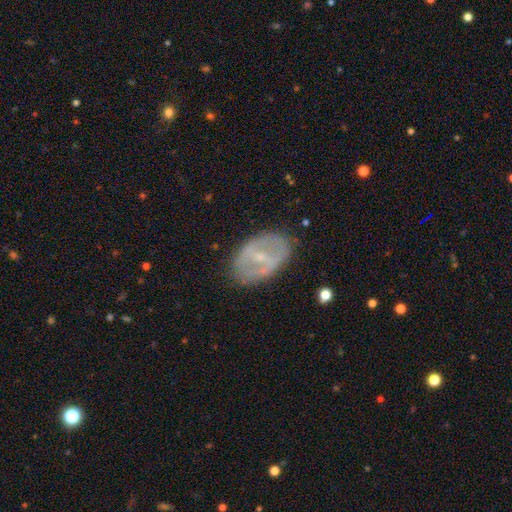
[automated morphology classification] Q: Smooth or featured?
A: featured or disk (64%); runner-up: smooth (25%)
Q: Edge-on disk?
A: no (91%); runner-up: yes (9%)
Q: Bar?
A: strong (44%); runner-up: weak (38%)
Q: Spiral arms?
A: no (58%); runner-up: yes (42%)
Q: Bulge size?
A: small (72%); runner-up: moderate (20%)
Q: Merging?
A: none (81%); runner-up: minor disturbance (13%)